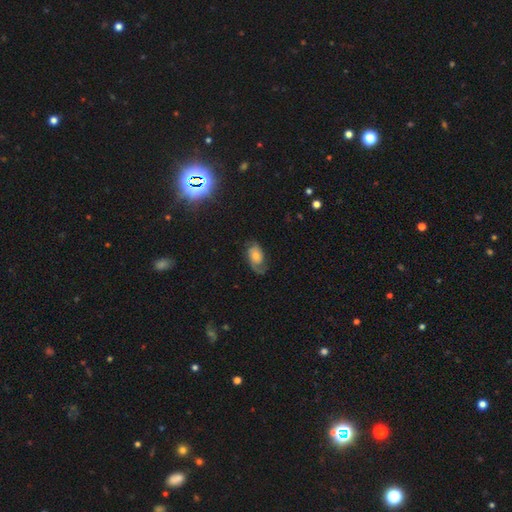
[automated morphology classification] smooth-or-featured: featured or disk: 66% | smooth: 26% | star or artifact: 9%
  disk-edge-on: no: 95% | yes: 5%
    bar: no: 72% | weak: 24% | strong: 4%
    has-spiral-arms: yes: 91% | no: 9%
      spiral-winding: medium: 43% | tight: 31% | loose: 26%
      spiral-arm-count: 2: 66% | 1: 21% | can't tell: 9% | 3: 2% | 4: 1% | more than 4: 1%
    bulge-size: moderate: 45% | small: 33% | large: 14% | none: 6% | dominant: 2%
  merging: none: 66% | minor disturbance: 20% | major disturbance: 13% | merger: 1%